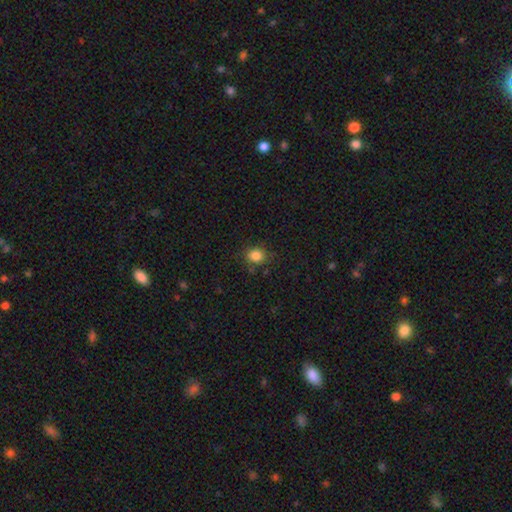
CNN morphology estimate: Smooth or featured: smooth — 84% (star or artifact — 11%)
How rounded: round — 71% (in between — 28%)
Merging: none — 81% (minor disturbance — 13%)